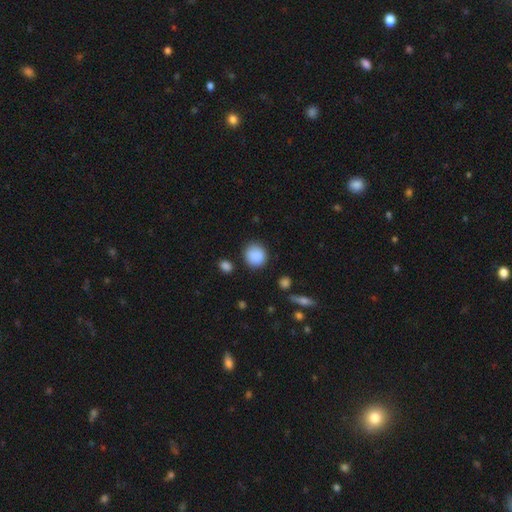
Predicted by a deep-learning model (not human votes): Morphology: type=smooth (88%); roundness=round (87%); merging=none (84%).